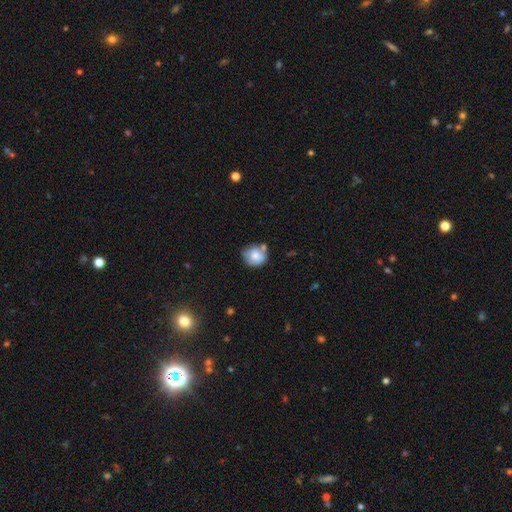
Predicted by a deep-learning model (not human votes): Smooth or featured? Predicted: smooth (p=0.75). How rounded? Predicted: round (p=0.79). Merging? Predicted: none (p=0.54).